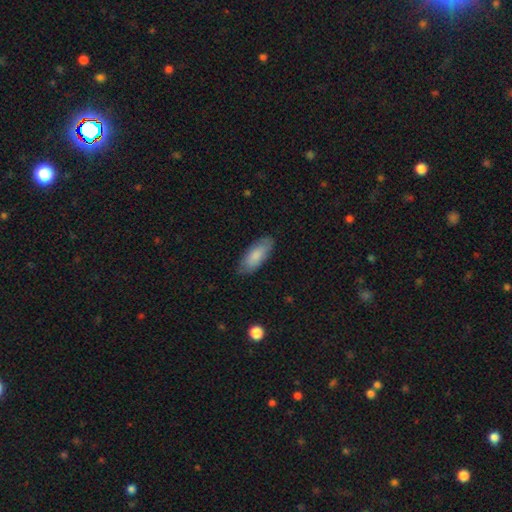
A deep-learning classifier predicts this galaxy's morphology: This is clearly a smooth galaxy (84%). How rounded: likely in between (79%). Merging: clearly none (83%).